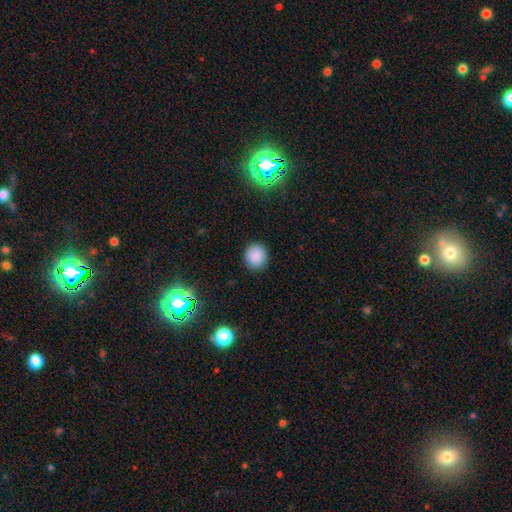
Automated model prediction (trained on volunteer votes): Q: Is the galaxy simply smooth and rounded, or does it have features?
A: smooth — 87%.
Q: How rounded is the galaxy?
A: round — 81%.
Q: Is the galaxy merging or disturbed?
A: none — 90%.